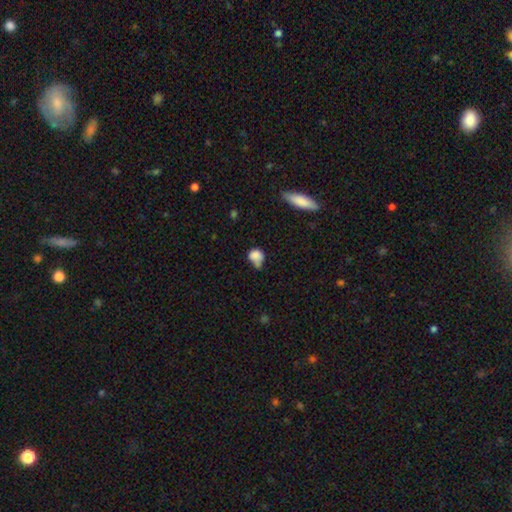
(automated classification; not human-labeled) Q: Smooth or featured?
A: smooth (81%); runner-up: featured or disk (10%)
Q: How rounded?
A: round (59%); runner-up: in between (39%)
Q: Merging?
A: none (36%); runner-up: minor disturbance (31%)